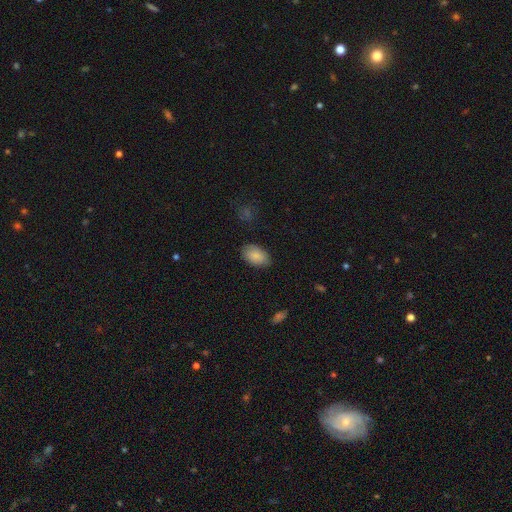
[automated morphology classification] This is clearly a smooth galaxy (86%). How rounded: clearly in between (92%). Merging: clearly none (81%).